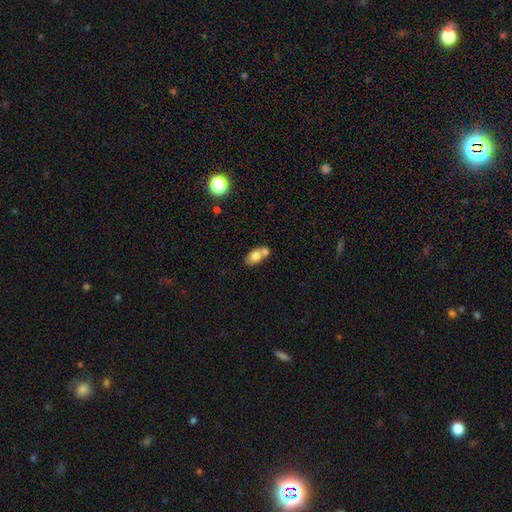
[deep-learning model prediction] Smooth or featured? Predicted: smooth (p=0.75). How rounded? Predicted: in between (p=0.85). Merging? Predicted: merger (p=0.48).